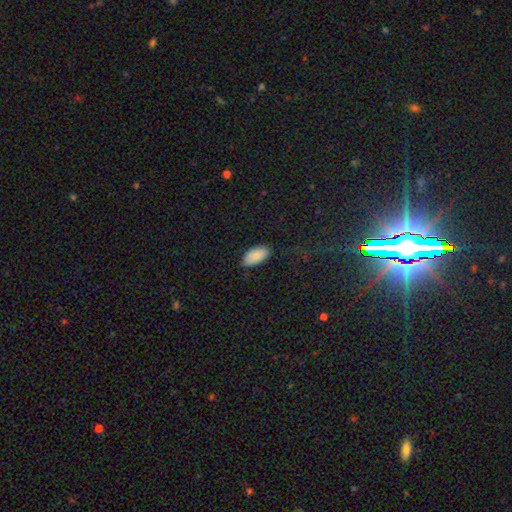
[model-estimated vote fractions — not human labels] Smooth or featured? smooth (87%)
How rounded? in between (94%)
Merging? none (79%)